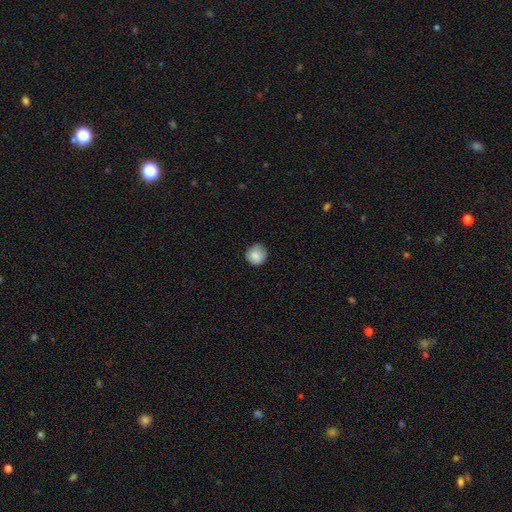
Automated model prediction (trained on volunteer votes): This appears to be a smooth galaxy with no disk features (86%) that is round (92%). Merging: none (79%).